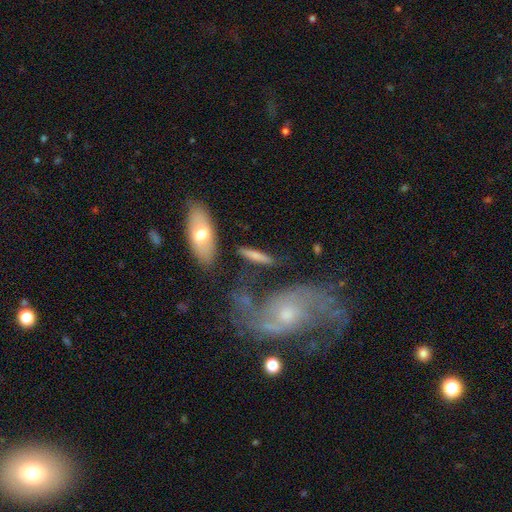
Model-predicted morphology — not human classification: Smooth or featured? Predicted: smooth (p=0.64). How rounded? Predicted: cigar-shaped (p=0.78). Merging? Predicted: none (p=0.75).